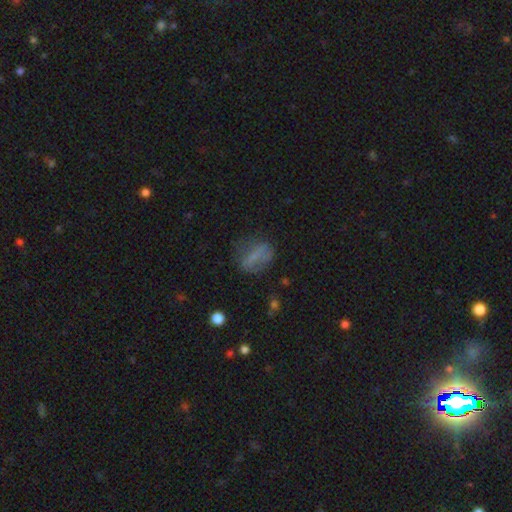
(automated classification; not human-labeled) Q: Smooth or featured?
A: smooth (56%); runner-up: featured or disk (30%)
Q: How rounded?
A: in between (63%); runner-up: round (27%)
Q: Merging?
A: none (60%); runner-up: minor disturbance (22%)